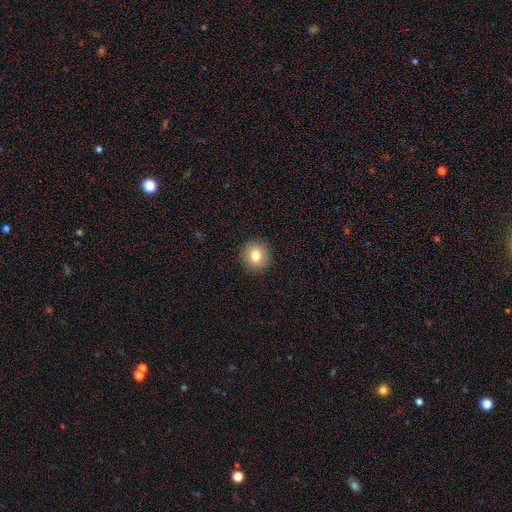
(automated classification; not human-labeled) Smooth or featured: smooth — 79% (featured or disk — 11%)
How rounded: round — 90% (in between — 9%)
Merging: none — 91% (minor disturbance — 6%)